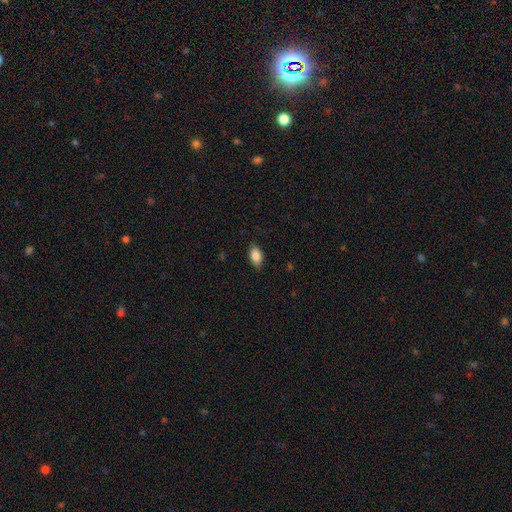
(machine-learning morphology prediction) smooth 84%, featured or disk 8%, star or artifact 7%. Down the decision tree: how rounded — in between (90%); merging — none (83%).